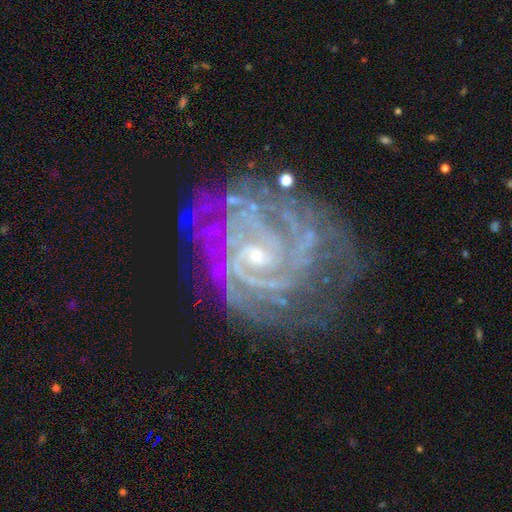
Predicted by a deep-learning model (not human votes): This is clearly a featured or disk galaxy (90%). It is clearly not viewed edge-on (98%). Bar: possibly no (51%). Spiral arm pattern: clearly yes (97%). Spiral arm count: marginally can't tell (25%). Spiral winding: likely tight (69%). Central bulge: likely small (76%). Merging: likely none (62%).